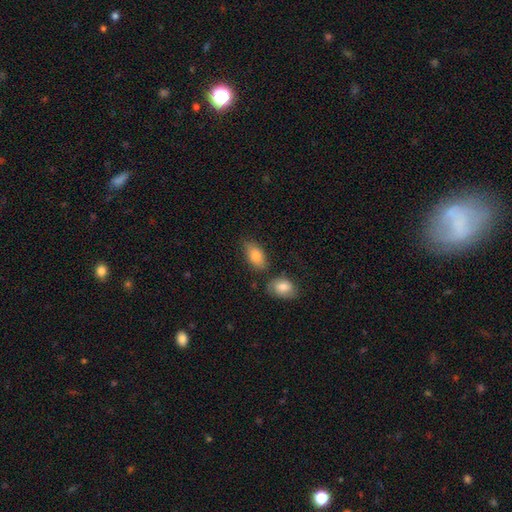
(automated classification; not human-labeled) This is clearly a smooth galaxy (81%). How rounded: clearly in between (90%). Merging: likely none (67%).